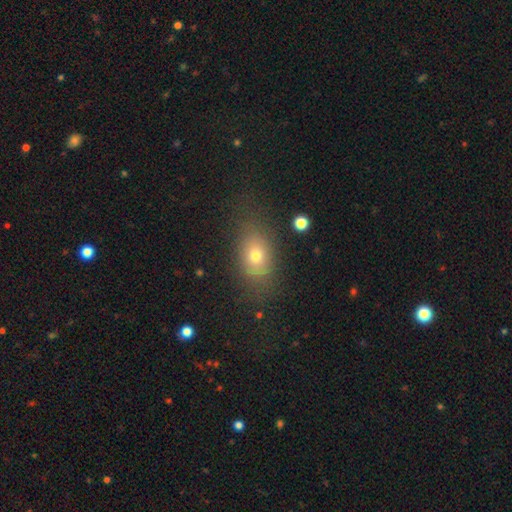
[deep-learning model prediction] This appears to be a smooth galaxy with no disk features (70%) that is in between round and cigar-shaped (73%). Merging: none (71%).